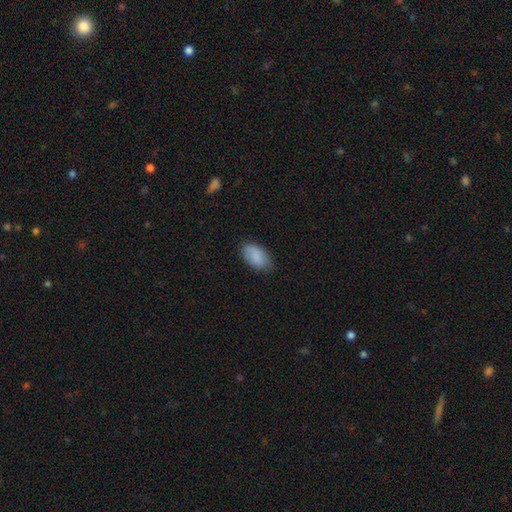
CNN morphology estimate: Smooth or featured: smooth — 87% (featured or disk — 7%)
How rounded: in between — 94% (round — 4%)
Merging: none — 77% (minor disturbance — 19%)